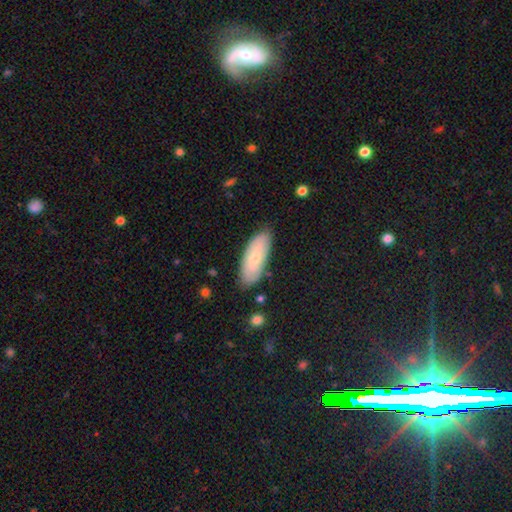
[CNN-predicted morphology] smooth_or_featured: smooth (p=0.69) [alt: featured or disk p=0.25]
how_rounded: in between (p=0.75) [alt: cigar-shaped p=0.23]
merging: none (p=0.82) [alt: minor disturbance p=0.14]